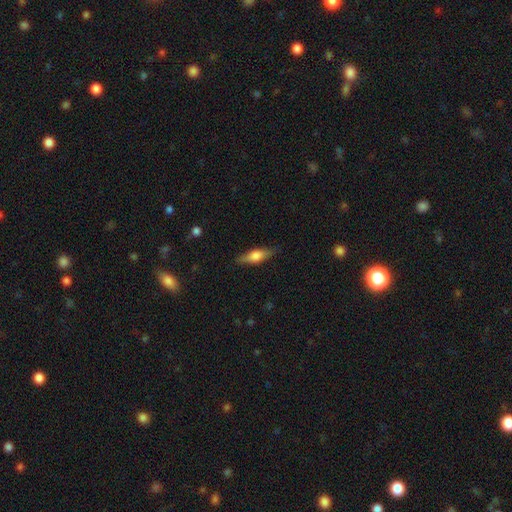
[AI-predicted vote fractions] A smooth galaxy with no disk features (51%) that is cigar-shaped (52%).

Vote fractions:
- Smooth or featured? smooth: 51% / featured or disk: 42% / star or artifact: 7%
- How rounded? cigar-shaped: 52% / in between: 45% / round: 3%
- Merging? none: 84% / minor disturbance: 12% / major disturbance: 3% / merger: 1%